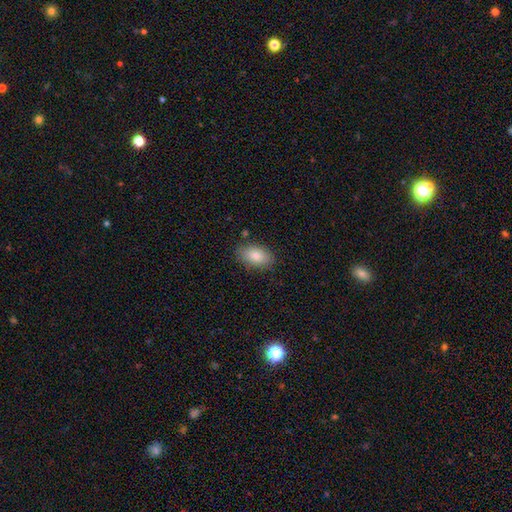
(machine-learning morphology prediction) Smooth or featured?
  - smooth: 83% *
  - featured or disk: 10%
  - star or artifact: 7%
How rounded?
  - in between: 91% *
  - round: 7%
  - cigar-shaped: 2%
Merging?
  - none: 82% *
  - minor disturbance: 13%
  - major disturbance: 3%
  - merger: 2%